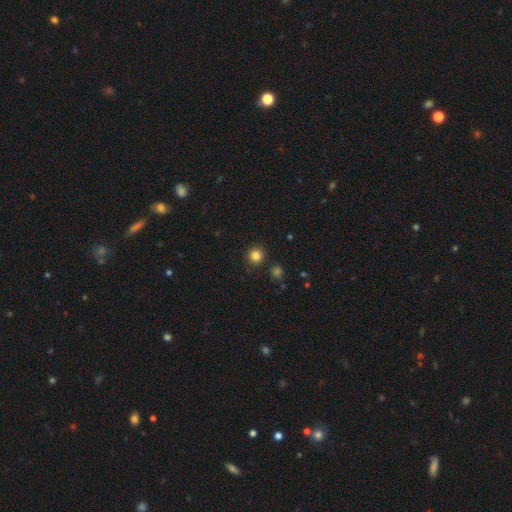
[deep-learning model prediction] smooth_or_featured: smooth (p=0.83) [alt: star or artifact p=0.13]
how_rounded: round (p=0.92) [alt: in between p=0.07]
merging: none (p=0.89) [alt: minor disturbance p=0.06]